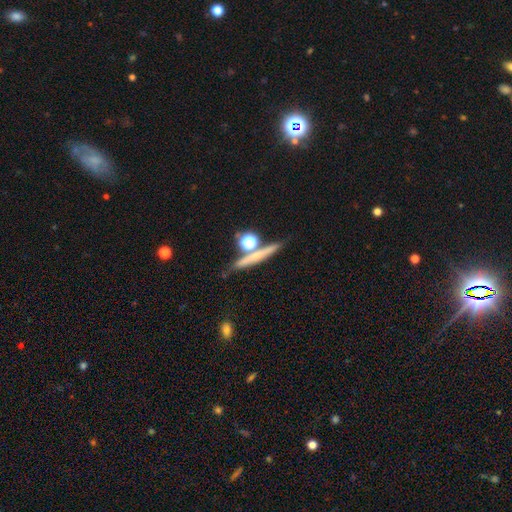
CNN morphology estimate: Smooth or featured: featured or disk — 45% (smooth — 42%)
Merging: none — 72% (merger — 14%)